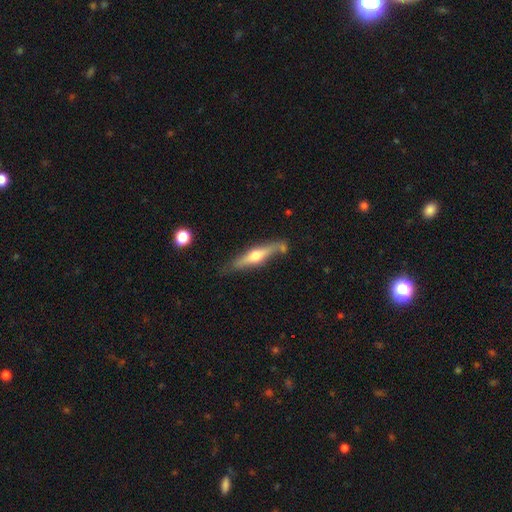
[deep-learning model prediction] Overall: featured or disk (63%; smooth 32%). Edge-on disk: yes (94%). Edge-on bulge: rounded (94%). Merging: none (73%).